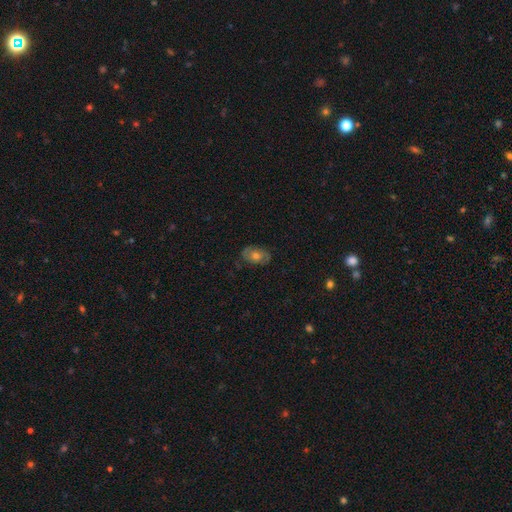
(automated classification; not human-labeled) Morphology: type=smooth (48%); merging=none (78%).